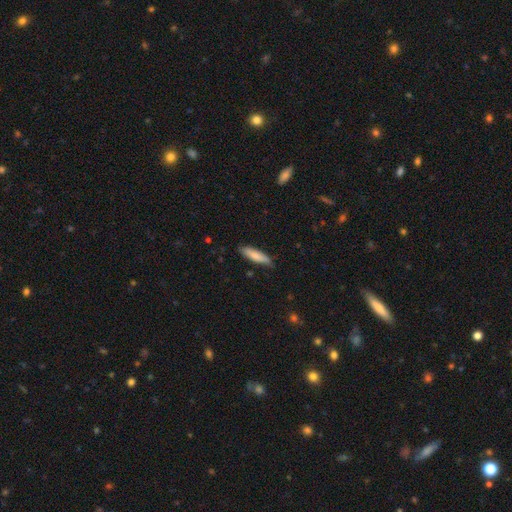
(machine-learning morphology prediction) This appears to be a smooth galaxy with no disk features (78%) that is cigar-shaped (74%). Merging: none (80%).